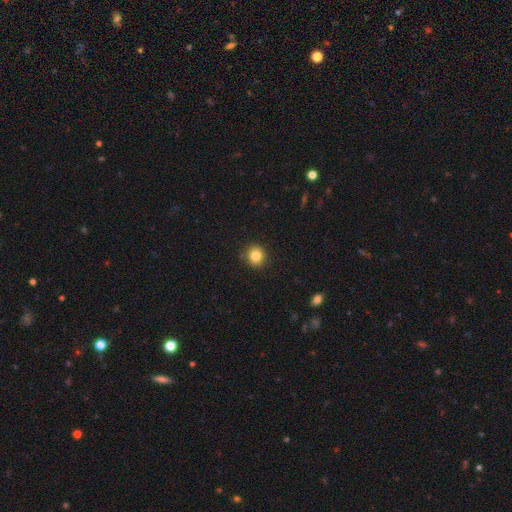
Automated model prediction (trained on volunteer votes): Smooth or featured? Predicted: smooth (p=0.83). How rounded? Predicted: round (p=0.87). Merging? Predicted: none (p=0.90).